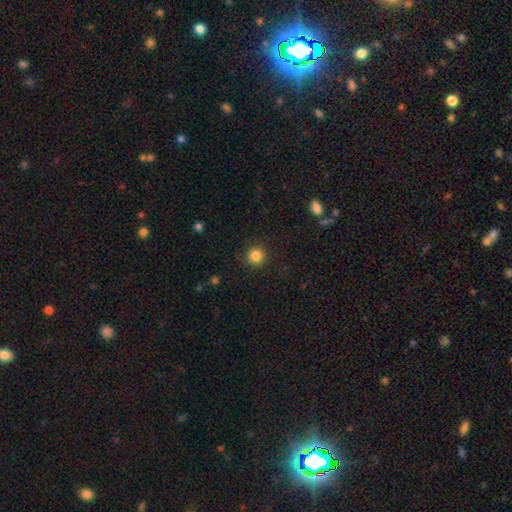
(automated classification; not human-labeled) A smooth galaxy with no disk features (85%) that is round (95%). Merging: none (91%).